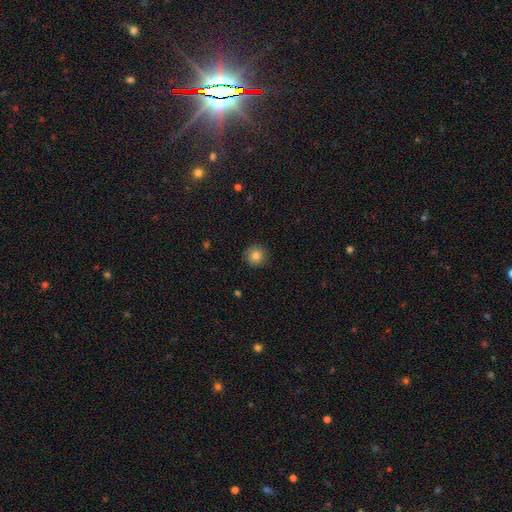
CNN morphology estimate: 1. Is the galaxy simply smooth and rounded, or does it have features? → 82% smooth, 10% star or artifact, 8% featured or disk.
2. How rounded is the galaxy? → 94% round, 5% in between, 1% cigar-shaped.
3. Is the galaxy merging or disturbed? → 88% none, 9% minor disturbance, 2% major disturbance, 1% merger.